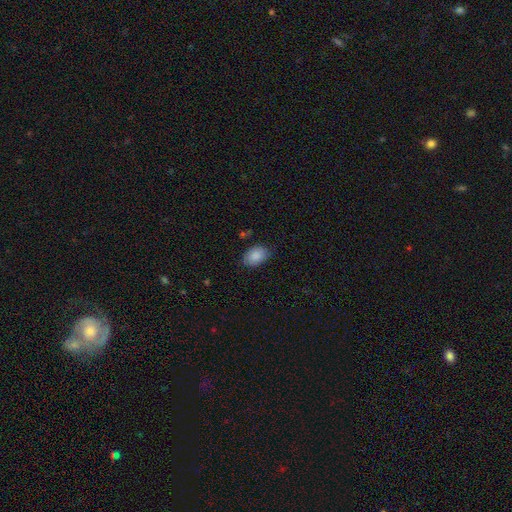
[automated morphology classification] Q: Smooth or featured?
A: smooth (87%); runner-up: star or artifact (7%)
Q: How rounded?
A: in between (84%); runner-up: round (15%)
Q: Merging?
A: none (78%); runner-up: minor disturbance (17%)